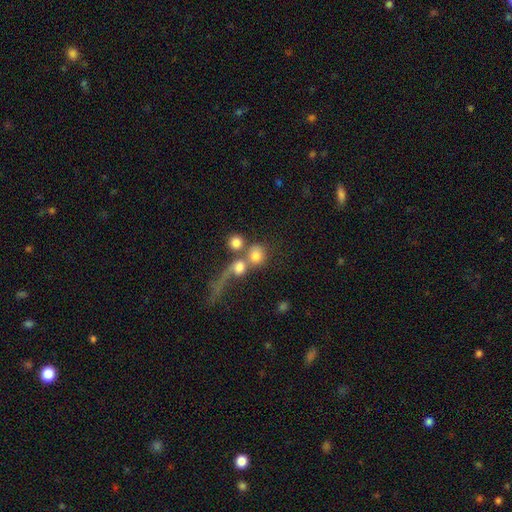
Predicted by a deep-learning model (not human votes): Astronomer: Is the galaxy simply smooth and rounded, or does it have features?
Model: smooth — 72%.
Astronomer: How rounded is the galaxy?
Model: round — 81%.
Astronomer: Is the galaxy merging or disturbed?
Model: merger — 49% (runner-up: none, 31%).